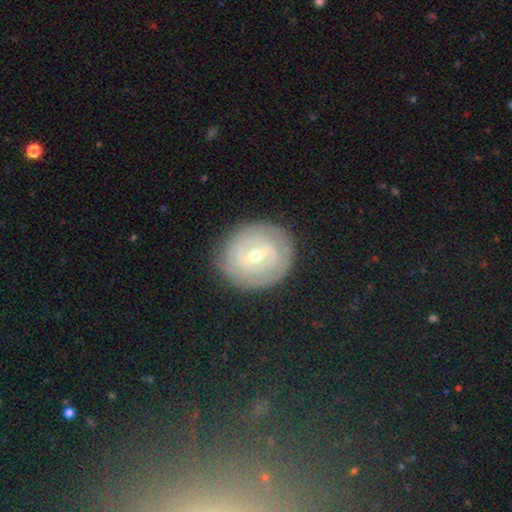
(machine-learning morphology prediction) This is likely a featured or disk galaxy (76%). It is clearly not viewed edge-on (96%). Bar: possibly weak (51%). Spiral arm pattern: likely yes (72%). Spiral arm count: marginally can't tell (43%). Spiral winding: likely tight (79%). Central bulge: possibly moderate (55%). Merging: clearly none (81%).